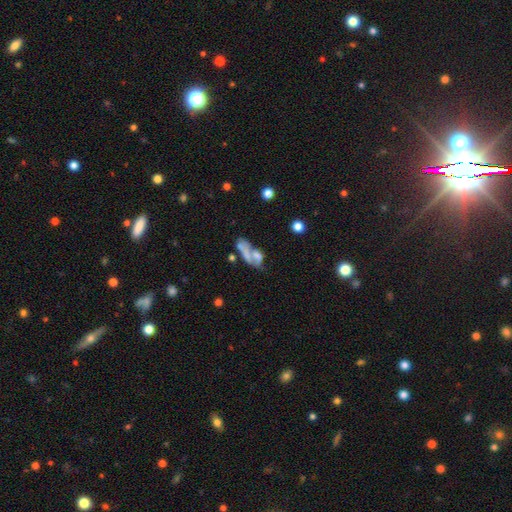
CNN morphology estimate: type=smooth (44%); merging=merger (46%).